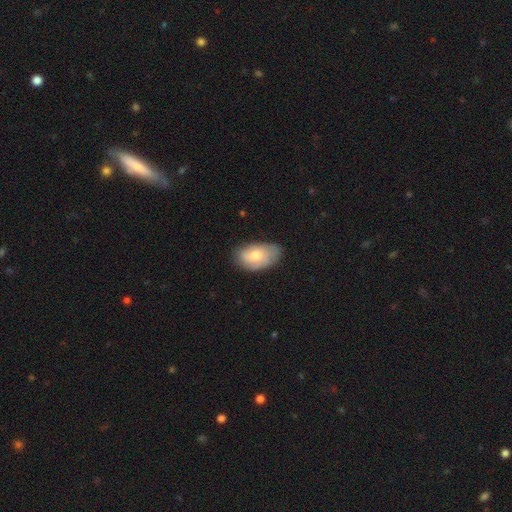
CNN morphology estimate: This appears to be a smooth galaxy with no disk features (61%) that is in between round and cigar-shaped (92%). Merging: none (67%).